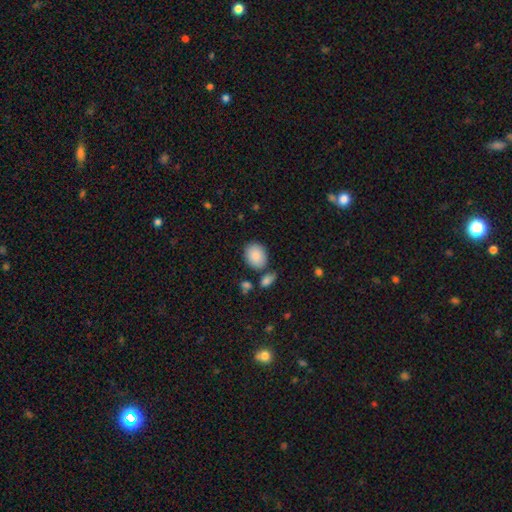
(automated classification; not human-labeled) Smooth or featured?
  - smooth: 88% *
  - star or artifact: 7%
  - featured or disk: 5%
How rounded?
  - in between: 54% *
  - round: 45%
  - cigar-shaped: 1%
Merging?
  - none: 74% *
  - minor disturbance: 13%
  - merger: 9%
  - major disturbance: 4%